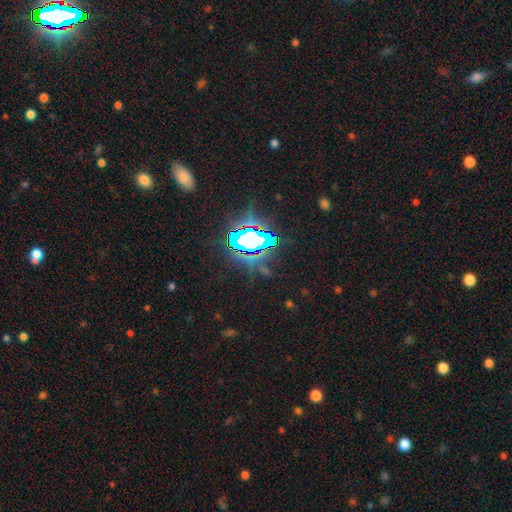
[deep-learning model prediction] smooth_or_featured: star or artifact (p=0.81) [alt: smooth p=0.11]